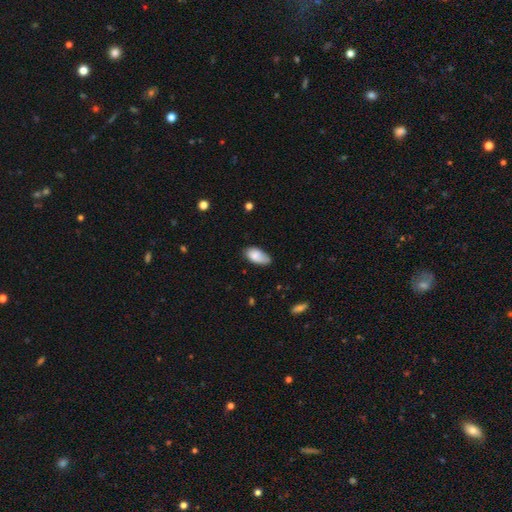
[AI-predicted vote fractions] Overall: smooth (82%). How rounded: in between (93%). Merging: none (54%; minor disturbance 36%).